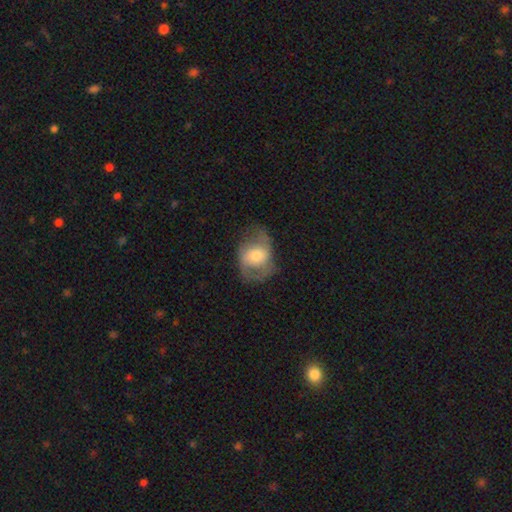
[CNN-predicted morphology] Smooth or featured? Predicted: featured or disk (p=0.56). Edge-on disk? Predicted: no (p=0.95). Bar? Predicted: no (p=0.56). Spiral arms? Predicted: yes (p=0.71). Bulge size? Predicted: moderate (p=0.61). Merging? Predicted: none (p=0.58).